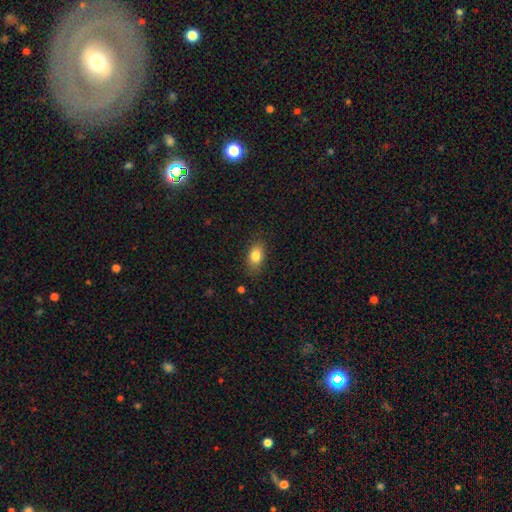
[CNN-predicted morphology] This appears to be a smooth galaxy with no disk features (83%) that is in between round and cigar-shaped (85%). Merging: none (81%).